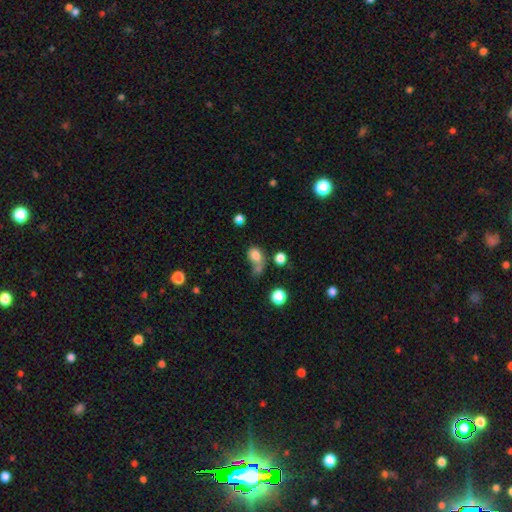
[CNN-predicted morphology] A smooth galaxy with no disk features (77%) that is in between round and cigar-shaped (56%).

Vote fractions:
- Smooth or featured? smooth: 77% / star or artifact: 12% / featured or disk: 10%
- How rounded? in between: 56% / round: 42% / cigar-shaped: 2%
- Merging? none: 34% / merger: 33% / minor disturbance: 17% / major disturbance: 16%